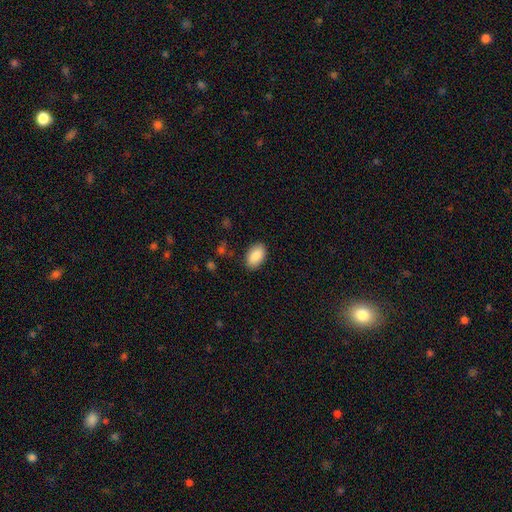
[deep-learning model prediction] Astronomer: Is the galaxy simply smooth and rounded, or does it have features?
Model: smooth — 88%.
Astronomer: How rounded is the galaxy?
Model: in between — 93%.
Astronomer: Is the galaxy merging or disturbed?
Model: none — 87%.